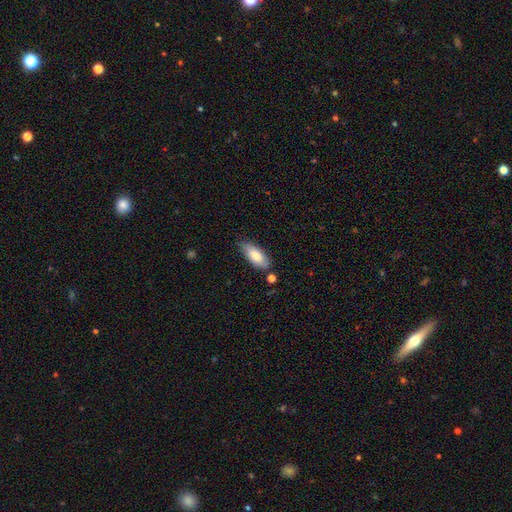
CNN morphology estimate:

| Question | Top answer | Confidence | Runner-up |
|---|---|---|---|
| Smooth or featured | smooth | 81% | featured or disk (13%) |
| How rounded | in between | 80% | cigar-shaped (18%) |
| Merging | none | 71% | minor disturbance (21%) |